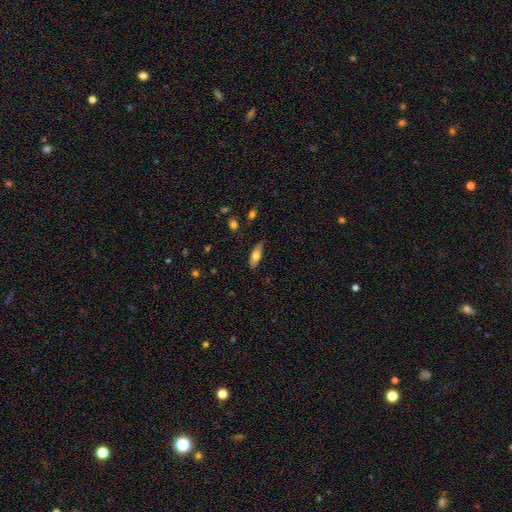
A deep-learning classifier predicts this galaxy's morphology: Smooth or featured: smooth — 67% (featured or disk — 26%)
How rounded: in between — 68% (cigar-shaped — 29%)
Merging: none — 82% (minor disturbance — 14%)